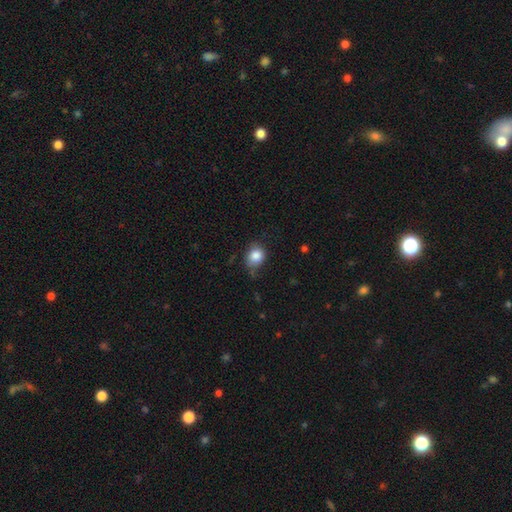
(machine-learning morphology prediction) Smooth or featured?
  - smooth: 84% *
  - star or artifact: 9%
  - featured or disk: 7%
How rounded?
  - round: 66% *
  - in between: 33%
  - cigar-shaped: 1%
Merging?
  - none: 58% *
  - minor disturbance: 31%
  - major disturbance: 9%
  - merger: 2%